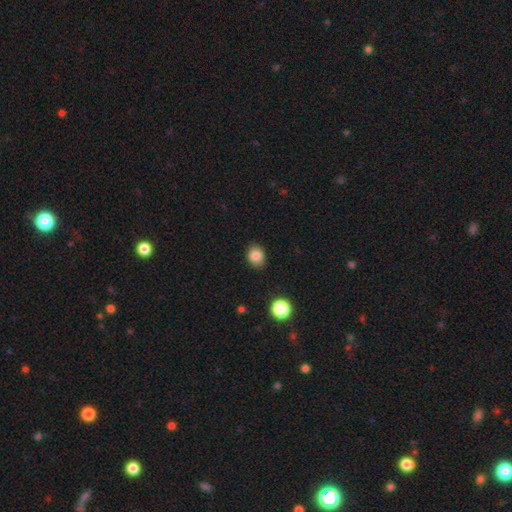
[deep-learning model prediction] This appears to be a smooth galaxy with no disk features (84%) that is round (57%). Merging: none (86%).